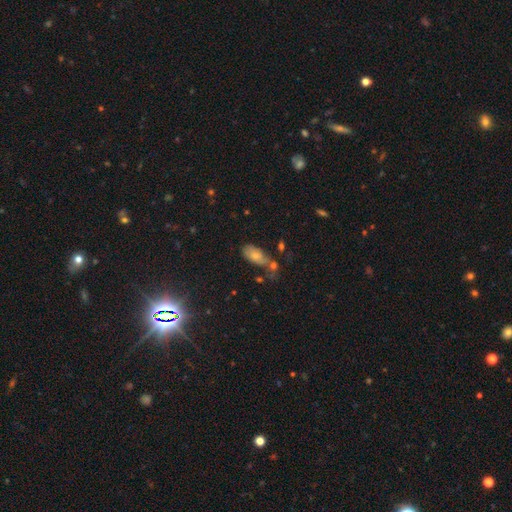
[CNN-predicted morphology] The model was most divided on "merging": none: 43%, minor disturbance: 24%, merger: 21%, major disturbance: 12%. More confident: how rounded — in between (91%); smooth or featured — smooth (69%).